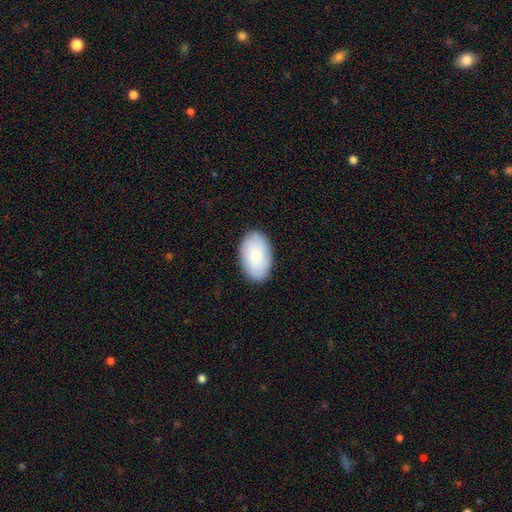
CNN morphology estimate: Overall: smooth (81%). How rounded: in between (94%). Merging: none (87%).